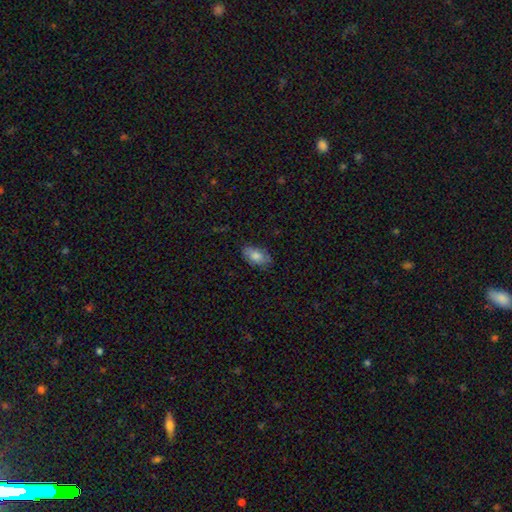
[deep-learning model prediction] The model was most divided on "smooth or featured": smooth: 75%, featured or disk: 17%, star or artifact: 8%. More confident: how rounded — in between (92%); merging — none (77%).